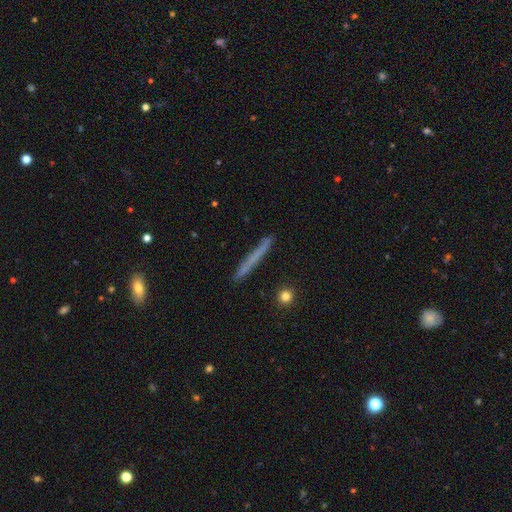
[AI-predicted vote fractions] Q: Smooth or featured?
A: smooth (58%); runner-up: featured or disk (34%)
Q: How rounded?
A: cigar-shaped (96%); runner-up: in between (2%)
Q: Merging?
A: none (88%); runner-up: minor disturbance (9%)